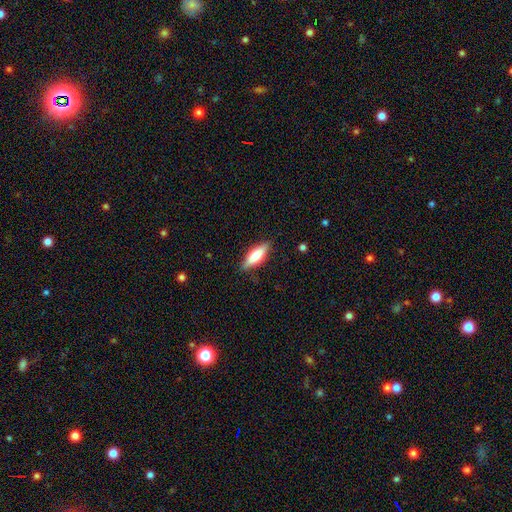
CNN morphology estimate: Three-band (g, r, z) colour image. It shows a smooth galaxy with no disk features (62%) that is in between round and cigar-shaped (52%). Merging: none (85%).